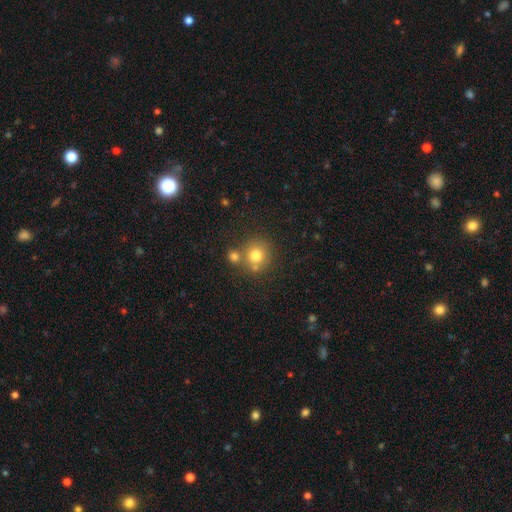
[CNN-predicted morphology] Smooth or featured?
  - smooth: 76% *
  - star or artifact: 13%
  - featured or disk: 11%
How rounded?
  - round: 87% *
  - in between: 12%
  - cigar-shaped: 1%
Merging?
  - none: 62% *
  - merger: 24%
  - minor disturbance: 10%
  - major disturbance: 4%